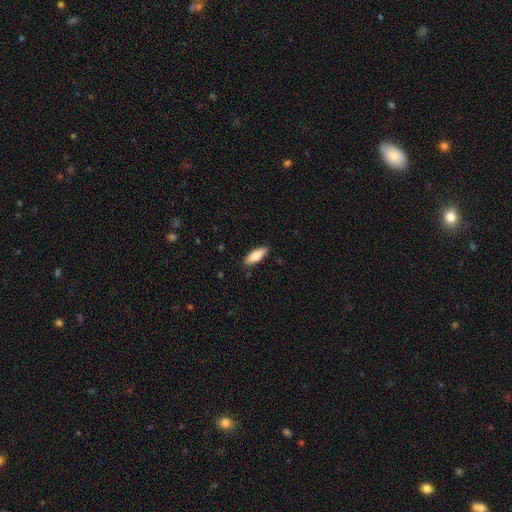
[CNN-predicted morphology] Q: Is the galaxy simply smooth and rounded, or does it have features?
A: smooth — 77%.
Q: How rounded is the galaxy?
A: in between — 66%.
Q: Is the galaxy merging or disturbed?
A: none — 88%.